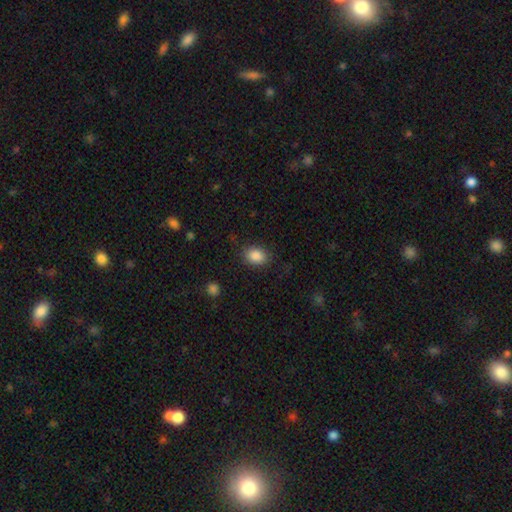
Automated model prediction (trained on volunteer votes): This is clearly a smooth galaxy (88%). How rounded: likely in between (65%). Merging: clearly none (83%).